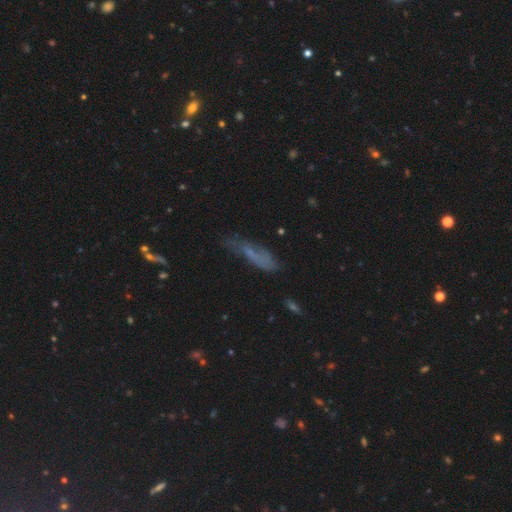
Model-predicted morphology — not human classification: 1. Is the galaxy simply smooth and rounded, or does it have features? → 53% smooth, 30% featured or disk, 17% star or artifact.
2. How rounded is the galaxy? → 62% cigar-shaped, 35% in between, 3% round.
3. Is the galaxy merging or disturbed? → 46% none, 29% minor disturbance, 20% major disturbance, 4% merger.